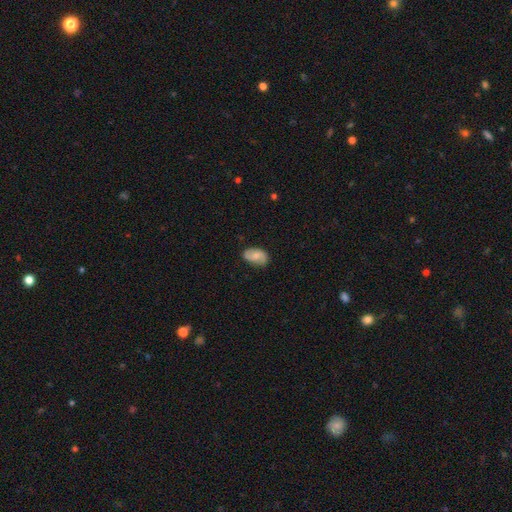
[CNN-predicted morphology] Q: Smooth or featured?
A: smooth (59%); runner-up: featured or disk (34%)
Q: How rounded?
A: in between (91%); runner-up: round (7%)
Q: Merging?
A: none (72%); runner-up: minor disturbance (23%)